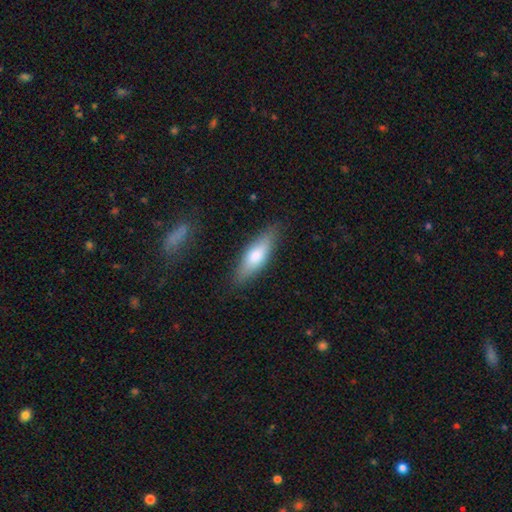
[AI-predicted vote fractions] Morphology: type=smooth (71%); roundness=in between (53%); merging=none (82%).